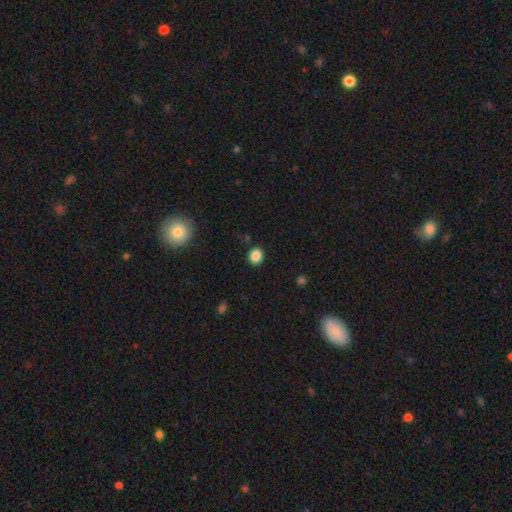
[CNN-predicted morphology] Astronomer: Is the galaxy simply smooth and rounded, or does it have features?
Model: smooth — 86%.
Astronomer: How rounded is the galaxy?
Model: round — 75%.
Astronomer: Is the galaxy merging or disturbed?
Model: none — 89%.